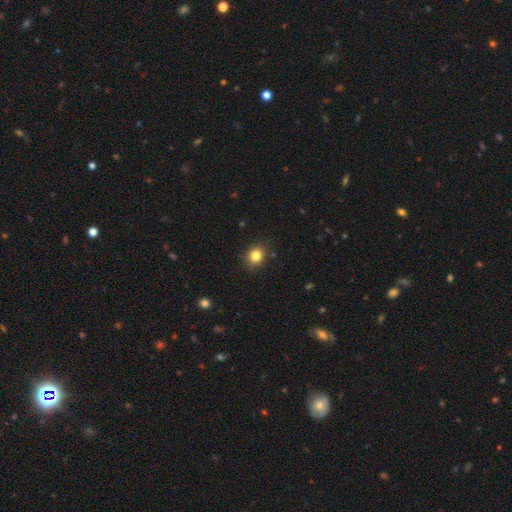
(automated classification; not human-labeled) This appears to be a smooth galaxy with no disk features (83%) that is round (65%). Merging: none (84%).